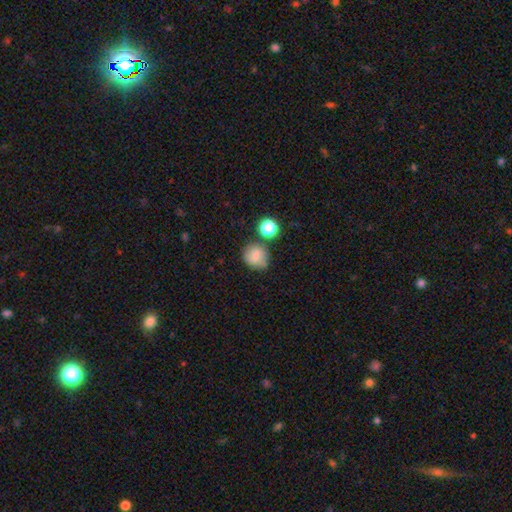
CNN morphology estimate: The model was most divided on "merging": none: 68%, minor disturbance: 17%, merger: 10%, major disturbance: 5%. More confident: how rounded — round (83%); smooth or featured — smooth (78%).